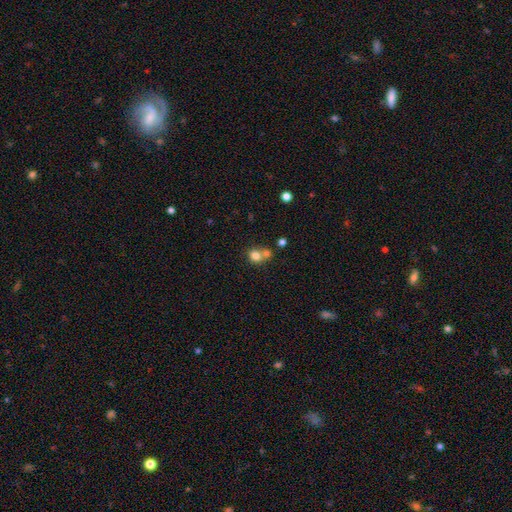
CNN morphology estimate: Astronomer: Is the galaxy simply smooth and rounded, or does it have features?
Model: smooth — 77%.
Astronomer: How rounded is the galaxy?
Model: round — 78%.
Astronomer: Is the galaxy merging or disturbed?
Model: merger — 50% (runner-up: none, 40%).